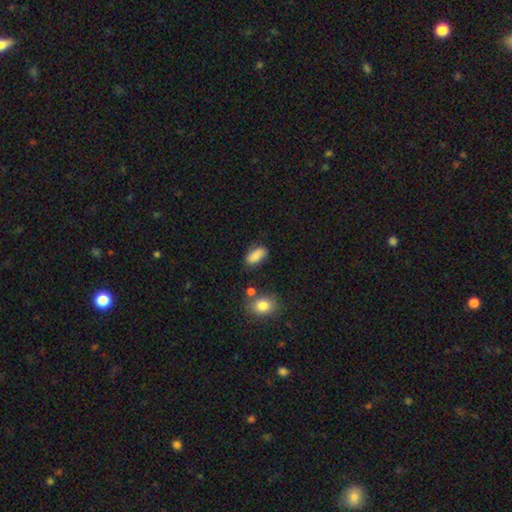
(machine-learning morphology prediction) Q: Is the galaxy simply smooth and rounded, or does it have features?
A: smooth — 83%.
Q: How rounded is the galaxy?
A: in between — 88%.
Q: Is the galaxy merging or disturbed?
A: none — 75%.